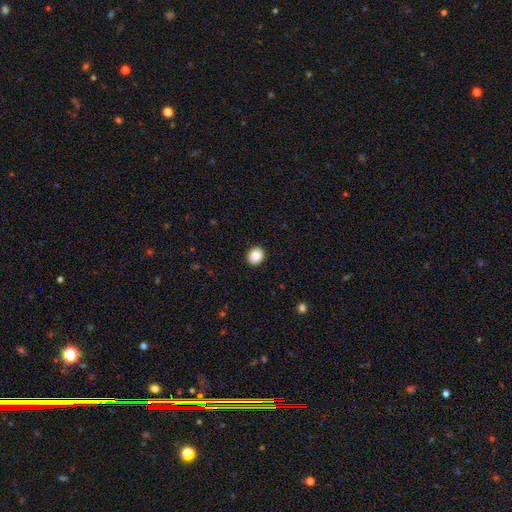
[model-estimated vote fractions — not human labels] Morphology: type=smooth (87%); roundness=round (62%); merging=none (91%).